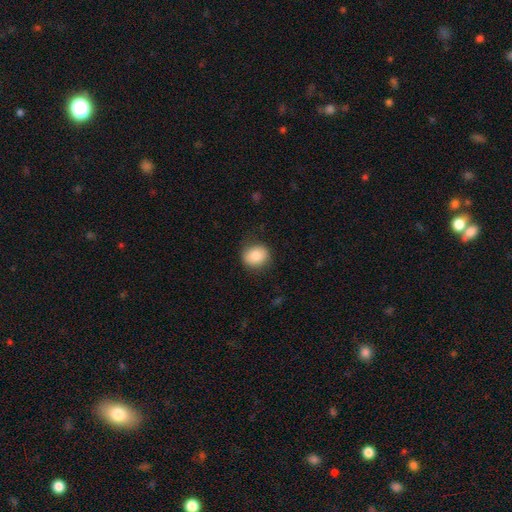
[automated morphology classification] This is clearly a smooth galaxy (84%). How rounded: likely round (73%). Merging: clearly none (82%).